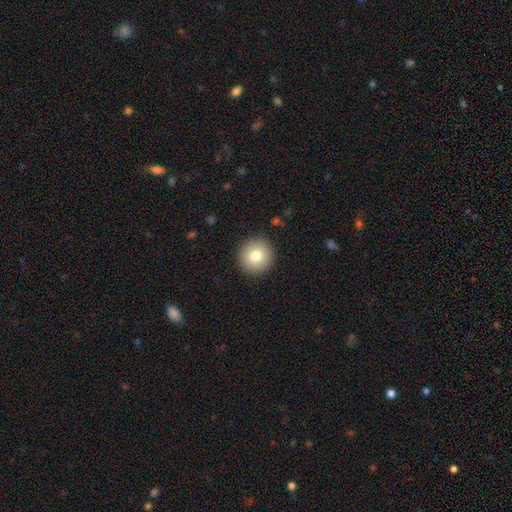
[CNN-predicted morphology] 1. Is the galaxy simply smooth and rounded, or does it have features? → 79% smooth, 12% featured or disk, 9% star or artifact.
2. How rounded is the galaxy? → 96% round, 3% in between, 1% cigar-shaped.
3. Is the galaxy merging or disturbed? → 91% none, 6% minor disturbance, 2% major disturbance, 1% merger.